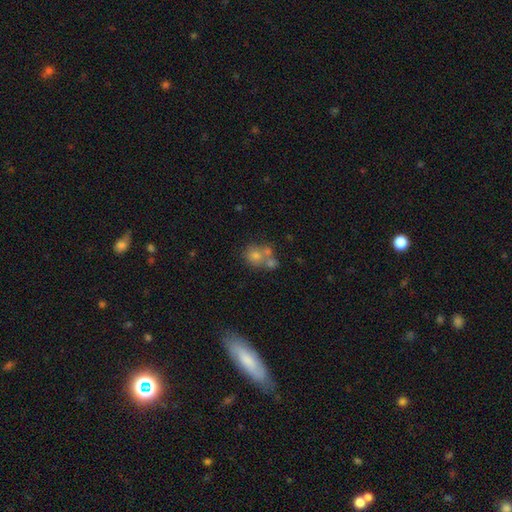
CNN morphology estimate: smooth 65%, featured or disk 20%, star or artifact 16%. Down the decision tree: how rounded — round (77%); merging — merger (46%).